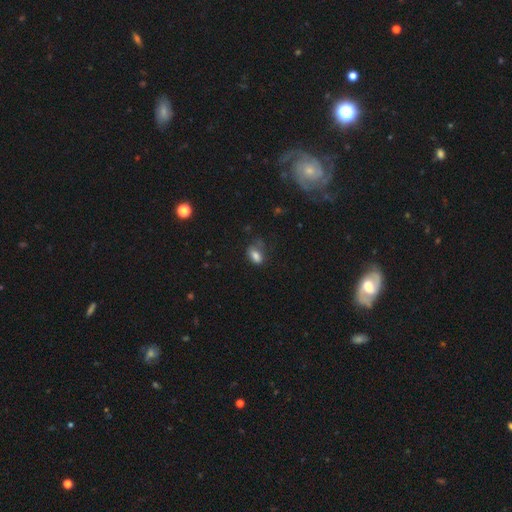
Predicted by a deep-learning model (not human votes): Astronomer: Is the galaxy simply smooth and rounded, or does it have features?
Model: smooth — 77%.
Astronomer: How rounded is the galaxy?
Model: in between — 85%.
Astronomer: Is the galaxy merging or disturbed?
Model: none — 46% (runner-up: minor disturbance, 30%).